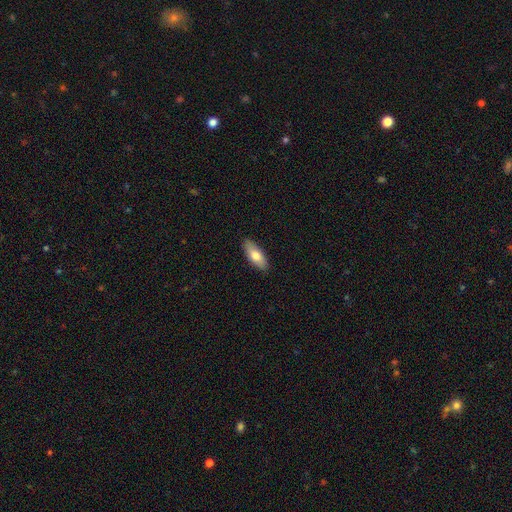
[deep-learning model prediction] smooth 75%, featured or disk 19%, star or artifact 6%. Down the decision tree: how rounded — in between (78%); merging — none (88%).